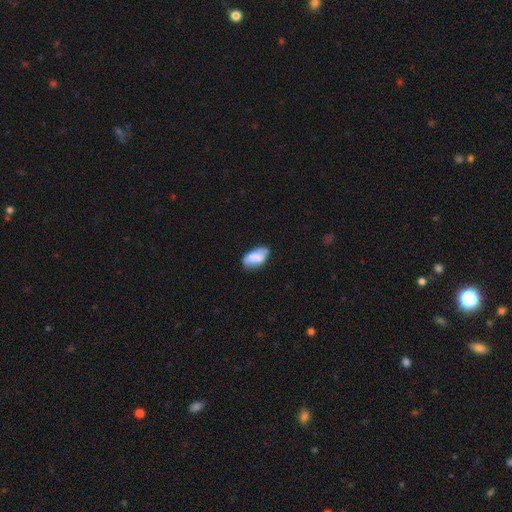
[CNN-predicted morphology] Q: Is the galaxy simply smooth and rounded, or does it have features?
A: smooth — 70%.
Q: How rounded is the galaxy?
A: in between — 93%.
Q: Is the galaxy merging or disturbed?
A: none — 65%.